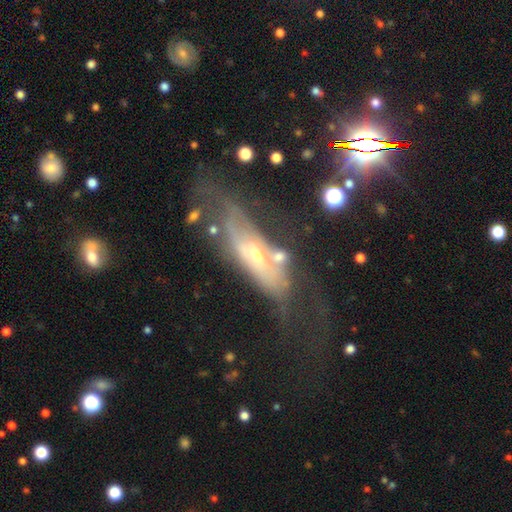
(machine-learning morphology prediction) featured or disk 63%, smooth 25%, star or artifact 12%. Down the decision tree: edge-on disk — no (71%); merging — none (37%).